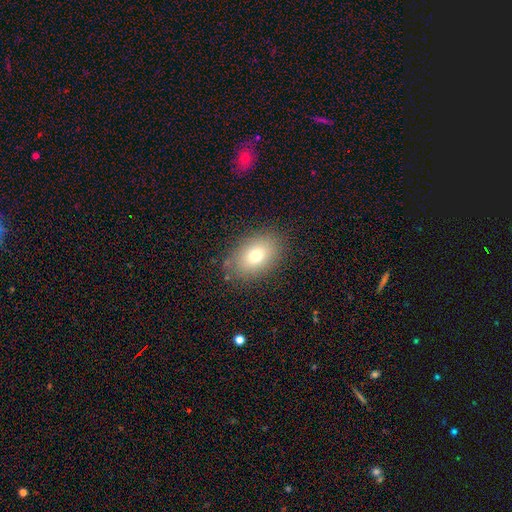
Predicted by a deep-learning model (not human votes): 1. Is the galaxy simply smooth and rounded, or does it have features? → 74% smooth, 15% featured or disk, 11% star or artifact.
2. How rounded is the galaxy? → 81% in between, 18% round, 1% cigar-shaped.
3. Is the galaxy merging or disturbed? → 83% none, 11% minor disturbance, 4% major disturbance, 1% merger.